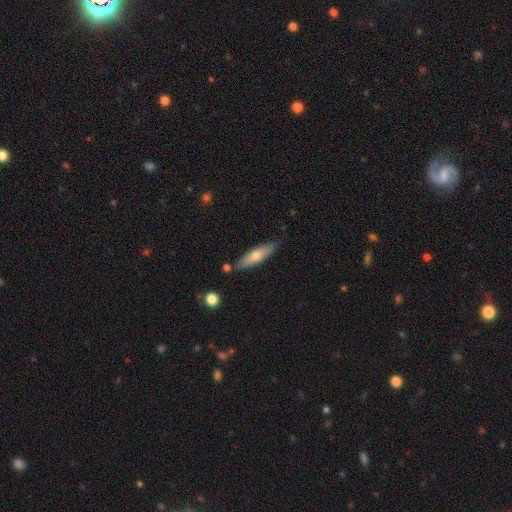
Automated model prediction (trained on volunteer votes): Q: Smooth or featured?
A: smooth (59%); runner-up: featured or disk (35%)
Q: How rounded?
A: cigar-shaped (67%); runner-up: in between (31%)
Q: Merging?
A: none (78%); runner-up: minor disturbance (14%)